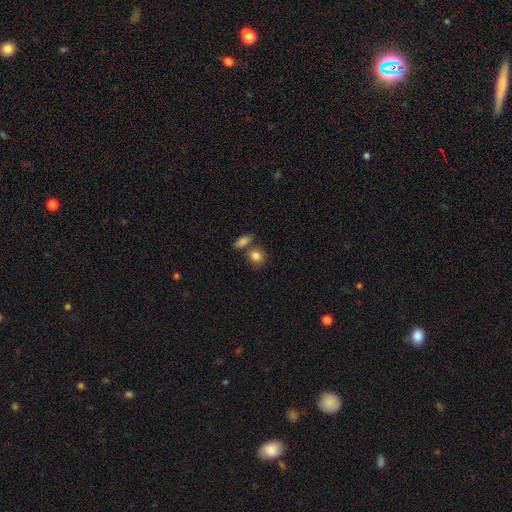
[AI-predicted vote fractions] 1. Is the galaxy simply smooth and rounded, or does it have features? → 84% smooth, 9% star or artifact, 7% featured or disk.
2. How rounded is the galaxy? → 62% round, 37% in between, 2% cigar-shaped.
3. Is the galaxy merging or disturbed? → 57% none, 28% merger, 11% minor disturbance, 4% major disturbance.